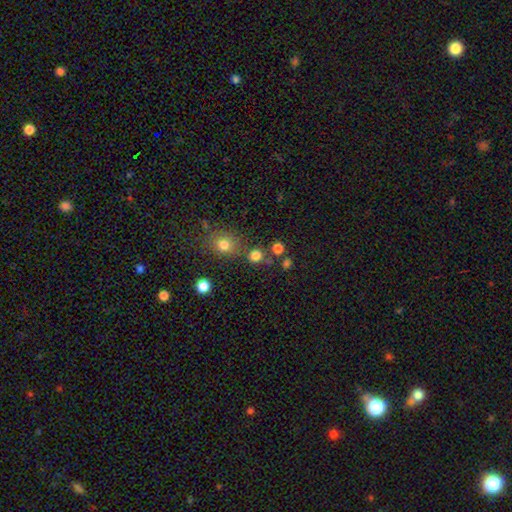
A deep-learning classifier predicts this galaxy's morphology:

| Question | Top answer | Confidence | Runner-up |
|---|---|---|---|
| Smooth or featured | smooth | 79% | star or artifact (16%) |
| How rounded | round | 87% | in between (12%) |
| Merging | none | 74% | merger (13%) |